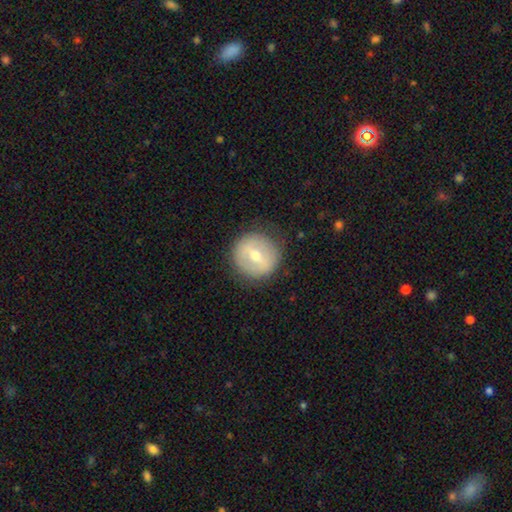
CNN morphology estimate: Smooth or featured: smooth — 48% (featured or disk — 45%)
Merging: none — 85% (minor disturbance — 10%)